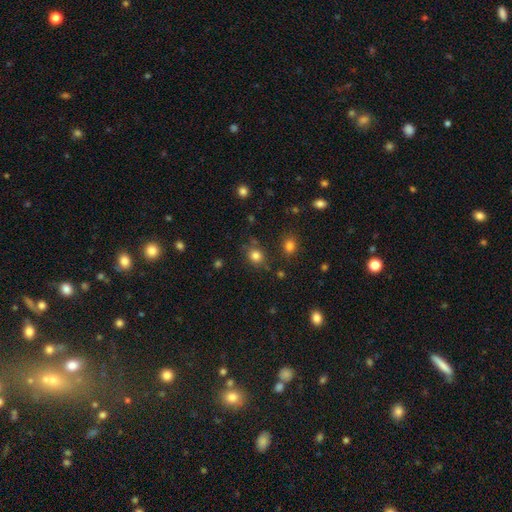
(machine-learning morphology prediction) smooth-or-featured: smooth: 81% | star or artifact: 13% | featured or disk: 6%
  how-rounded: round: 75% | in between: 24% | cigar-shaped: 1%
  merging: none: 77% | minor disturbance: 13% | merger: 6% | major disturbance: 4%